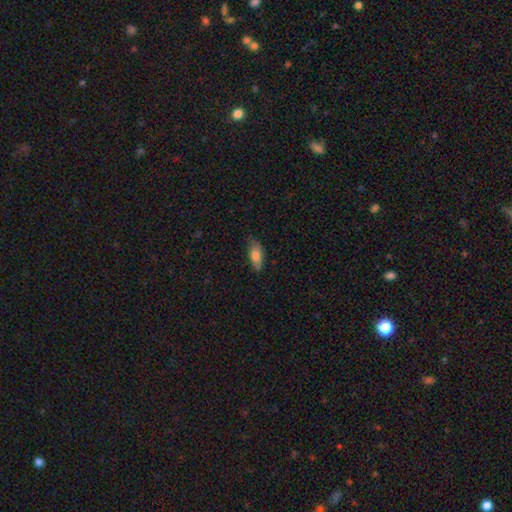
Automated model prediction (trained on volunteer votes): A smooth galaxy with no disk features (74%) that is in between round and cigar-shaped (80%). Merging: none (71%).